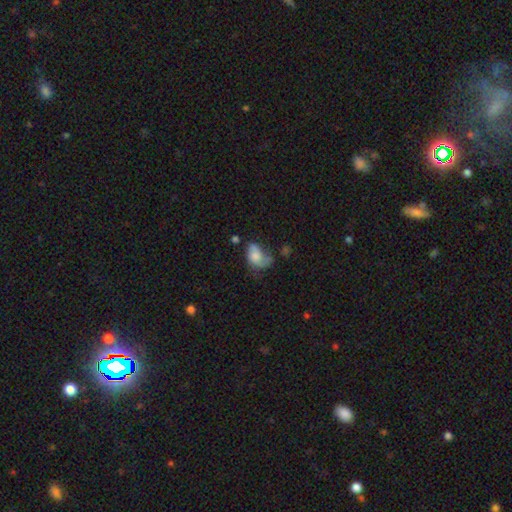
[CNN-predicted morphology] Smooth or featured?
  - smooth: 59% *
  - featured or disk: 31%
  - star or artifact: 9%
How rounded?
  - in between: 82% *
  - round: 16%
  - cigar-shaped: 2%
Merging?
  - major disturbance: 32% *
  - minor disturbance: 27%
  - none: 26%
  - merger: 15%